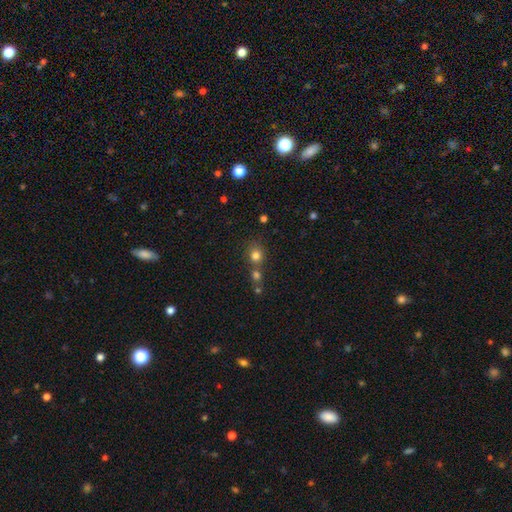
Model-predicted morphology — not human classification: Q: Smooth or featured?
A: smooth (78%); runner-up: star or artifact (15%)
Q: How rounded?
A: round (80%); runner-up: in between (19%)
Q: Merging?
A: none (54%); runner-up: merger (34%)